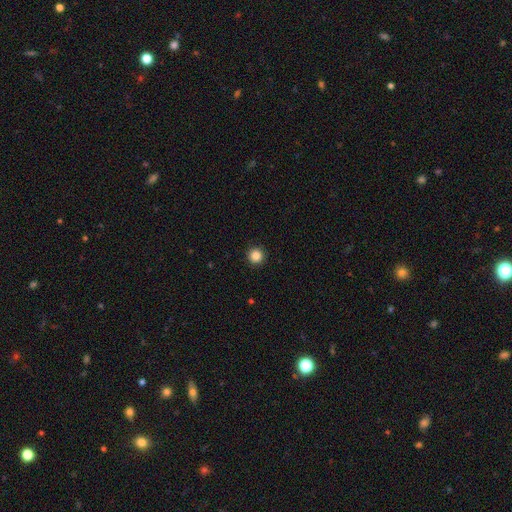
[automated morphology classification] A smooth galaxy with no disk features (86%) that is round (96%).

Vote fractions:
- Smooth or featured? smooth: 86% / star or artifact: 11% / featured or disk: 4%
- How rounded? round: 96% / in between: 3% / cigar-shaped: 1%
- Merging? none: 93% / minor disturbance: 4% / major disturbance: 2% / merger: 1%